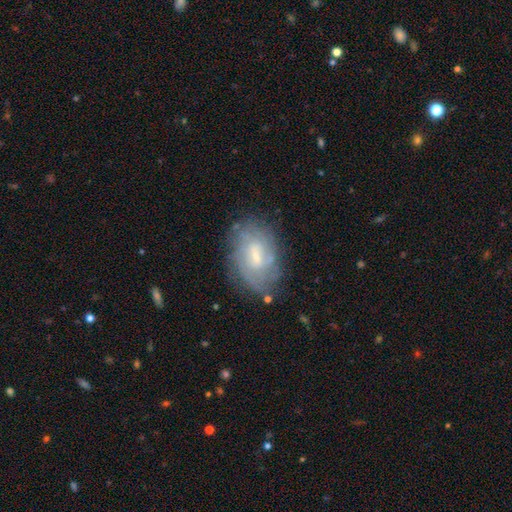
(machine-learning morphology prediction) A featured or disk galaxy (65%) with a weak bar (56%), spiral arms (76%) and a small central bulge (53%).

Vote fractions:
- Smooth or featured? featured or disk: 65% / smooth: 27% / star or artifact: 8%
- Edge-on disk? no: 95% / yes: 5%
- Bar? weak: 56% / no: 32% / strong: 12%
- Spiral arms? yes: 76% / no: 24%
- Bulge size? small: 53% / moderate: 35% / none: 8% / large: 3% / dominant: 1%
- Merging? none: 70% / minor disturbance: 20% / major disturbance: 8% / merger: 3%